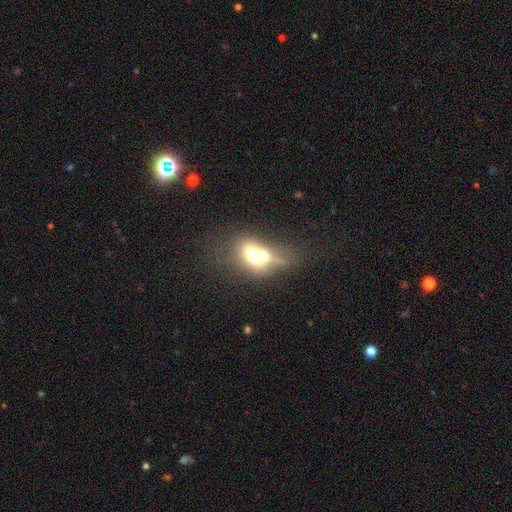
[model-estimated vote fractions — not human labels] smooth-or-featured: smooth: 56% | featured or disk: 34% | star or artifact: 10%
  how-rounded: in between: 70% | round: 25% | cigar-shaped: 6%
  merging: merger: 66% | none: 17% | major disturbance: 9% | minor disturbance: 8%